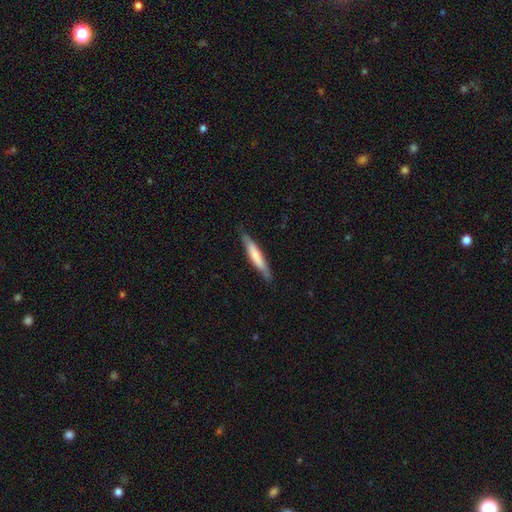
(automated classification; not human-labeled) Smooth or featured?
  - smooth: 68% *
  - featured or disk: 27%
  - star or artifact: 5%
How rounded?
  - cigar-shaped: 90% *
  - in between: 8%
  - round: 1%
Merging?
  - none: 85% *
  - minor disturbance: 12%
  - major disturbance: 2%
  - merger: 1%